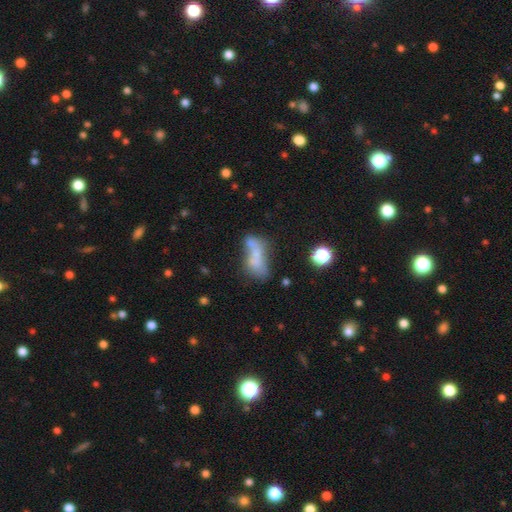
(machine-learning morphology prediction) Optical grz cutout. It shows a smooth galaxy with no disk features (59%) that is in between round and cigar-shaped (73%). Merging: merger (43%).